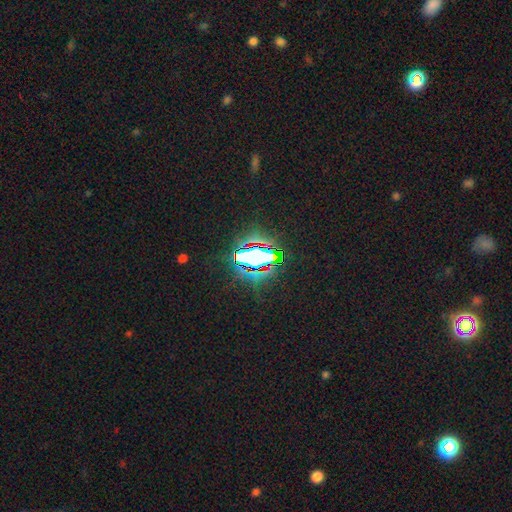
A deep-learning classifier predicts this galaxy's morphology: This is likely a star or artifact rather than a galaxy (62%).